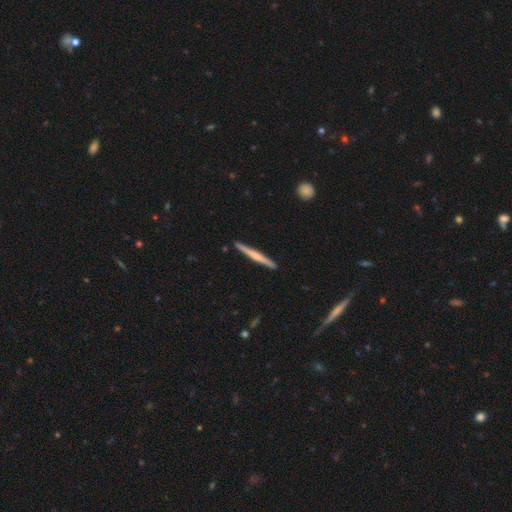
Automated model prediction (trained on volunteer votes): This appears to be a featured or disk galaxy (52%) viewed edge-on (98%) with no central bulge (47%). Merging: none (92%).